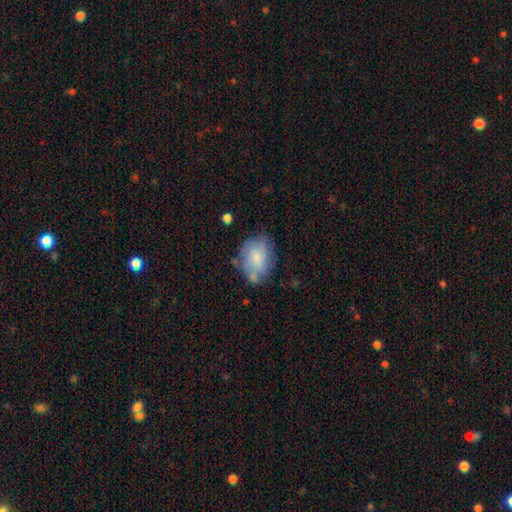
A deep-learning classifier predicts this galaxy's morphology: smooth_or_featured: smooth (p=0.64) [alt: featured or disk p=0.29]
how_rounded: in between (p=0.68) [alt: round p=0.31]
merging: none (p=0.56) [alt: minor disturbance p=0.28]